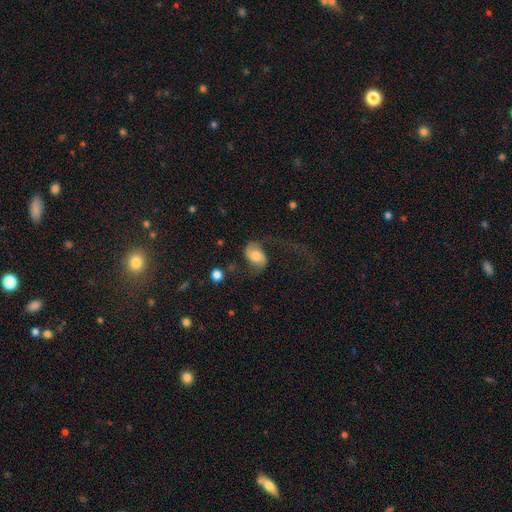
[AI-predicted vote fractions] Smooth or featured? featured or disk (52%)
Edge-on disk? no (96%)
Merging? none (47%)